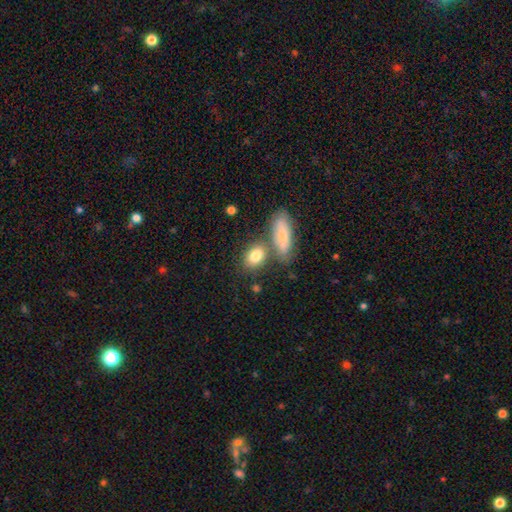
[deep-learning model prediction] smooth 81%, featured or disk 11%, star or artifact 8%. Down the decision tree: how rounded — in between (75%); merging — none (59%).